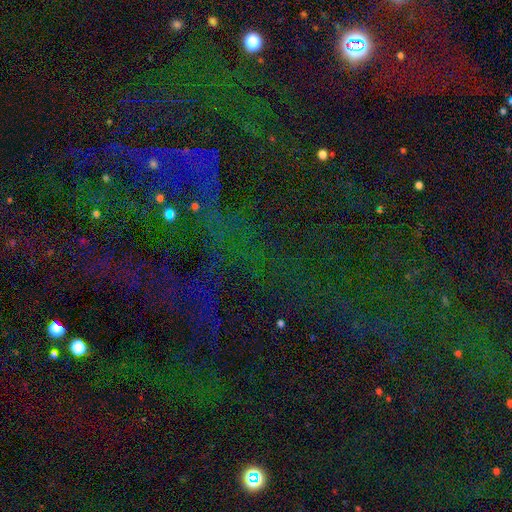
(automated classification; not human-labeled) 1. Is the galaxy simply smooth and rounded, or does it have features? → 79% star or artifact, 12% smooth, 9% featured or disk.